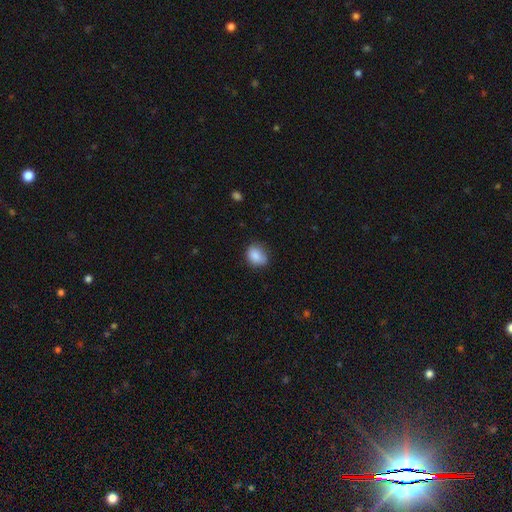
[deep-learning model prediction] Smooth or featured: smooth — 86% (star or artifact — 9%)
How rounded: round — 52% (in between — 47%)
Merging: none — 70% (minor disturbance — 24%)